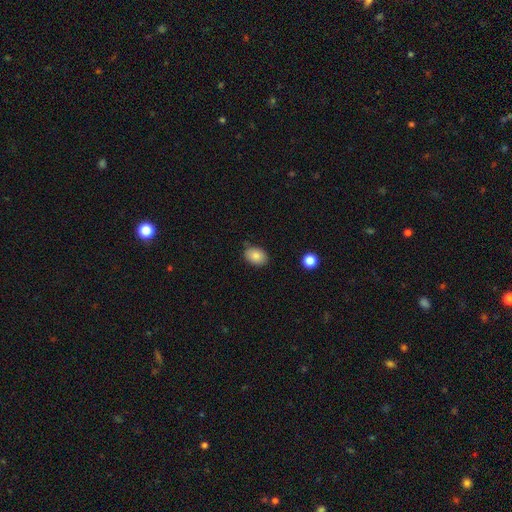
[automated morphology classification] Smooth or featured? smooth (86%)
How rounded? in between (76%)
Merging? none (81%)